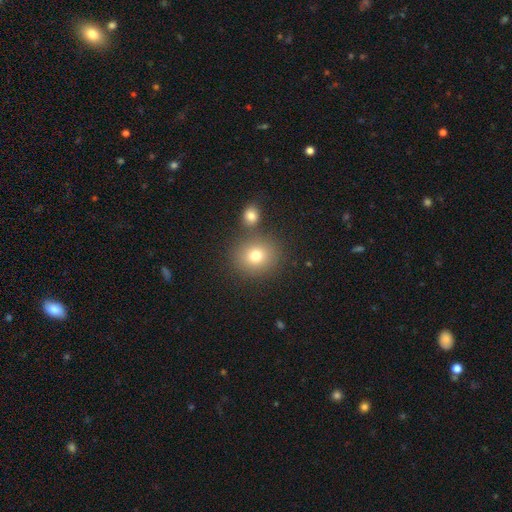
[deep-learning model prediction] The model was most divided on "merging": none: 73%, merger: 15%, minor disturbance: 9%, major disturbance: 3%. More confident: how rounded — round (81%); smooth or featured — smooth (76%).